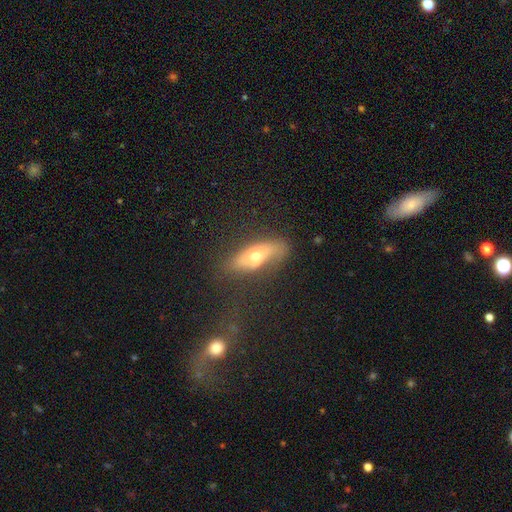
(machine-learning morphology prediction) type=smooth (48%); merging=none (54%).